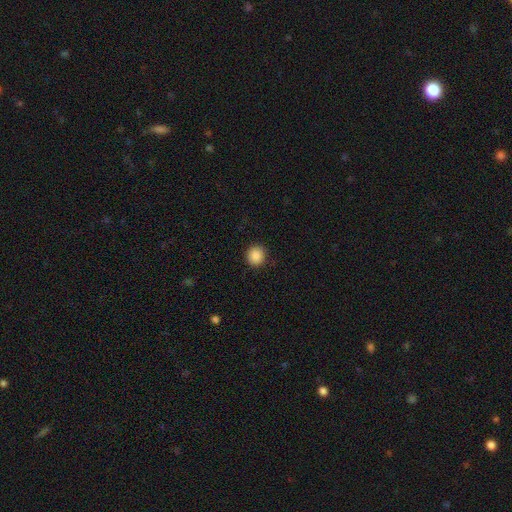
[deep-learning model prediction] A smooth galaxy with no disk features (88%) that is round (90%). Merging: none (91%).